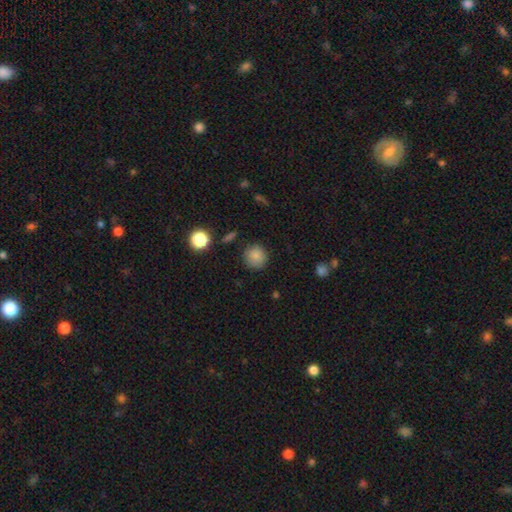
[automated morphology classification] This is clearly a smooth galaxy (83%). How rounded: clearly round (92%). Merging: clearly none (85%).